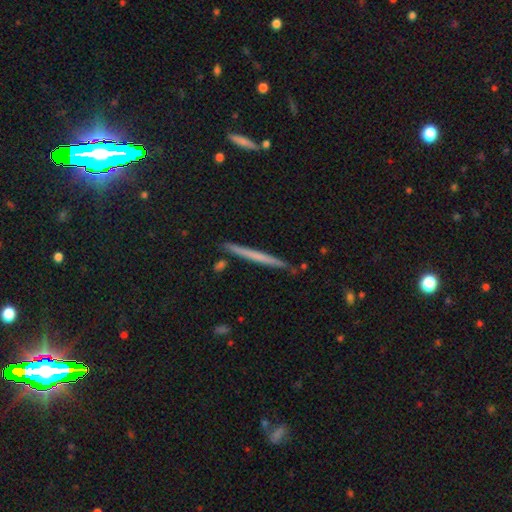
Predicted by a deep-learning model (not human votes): Smooth or featured? smooth (49%)
Merging? none (88%)